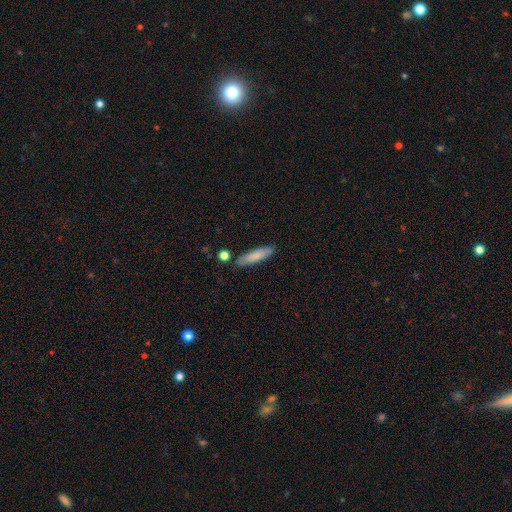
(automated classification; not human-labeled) A smooth galaxy with no disk features (77%) that is cigar-shaped (78%). Merging: none (81%).